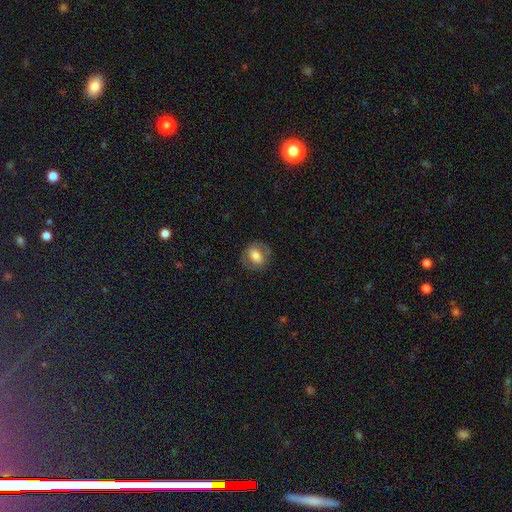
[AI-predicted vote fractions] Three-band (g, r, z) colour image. It shows a smooth galaxy with no disk features (64%) that is in between round and cigar-shaped (61%). Merging: none (75%).